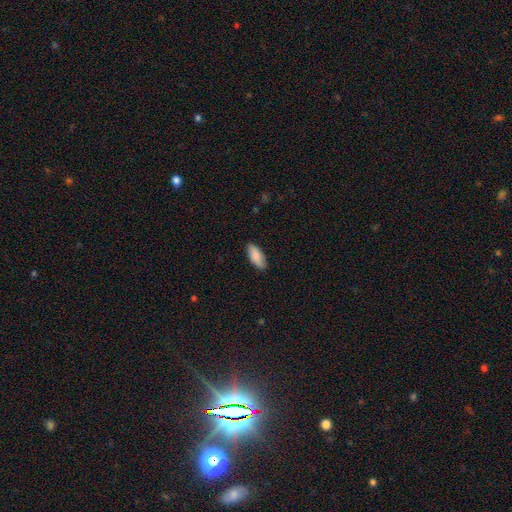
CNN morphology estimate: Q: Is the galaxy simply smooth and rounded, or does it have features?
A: smooth — 85%.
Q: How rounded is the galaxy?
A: in between — 83%.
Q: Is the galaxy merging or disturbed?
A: none — 85%.